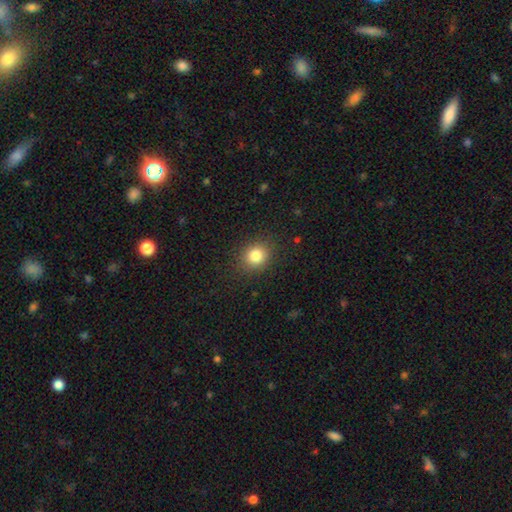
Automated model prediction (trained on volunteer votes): A smooth galaxy with no disk features (83%) that is round (71%).

Vote fractions:
- Smooth or featured? smooth: 83% / star or artifact: 11% / featured or disk: 6%
- How rounded? round: 71% / in between: 29% / cigar-shaped: 1%
- Merging? none: 87% / minor disturbance: 9% / major disturbance: 3% / merger: 1%